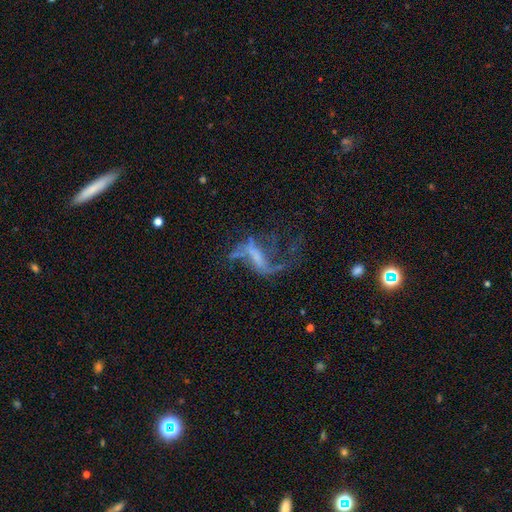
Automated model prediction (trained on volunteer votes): Smooth or featured? Predicted: featured or disk (p=0.71). Edge-on disk? Predicted: no (p=0.91). Bar? Predicted: strong (p=0.37). Spiral arms? Predicted: yes (p=0.69). Bulge size? Predicted: none (p=0.51). Merging? Predicted: major disturbance (p=0.47).